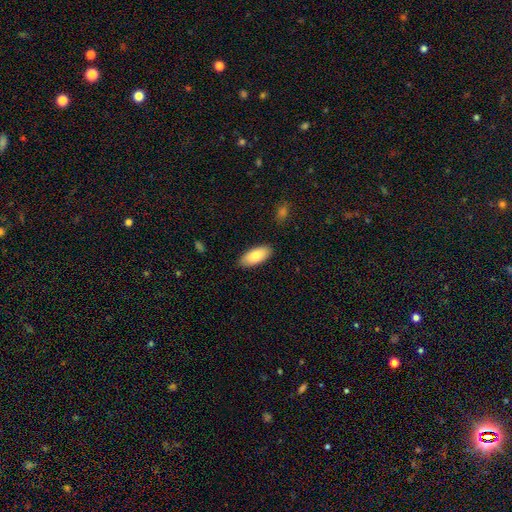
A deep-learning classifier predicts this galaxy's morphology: Overall: smooth (84%). How rounded: in between (90%). Merging: none (87%).